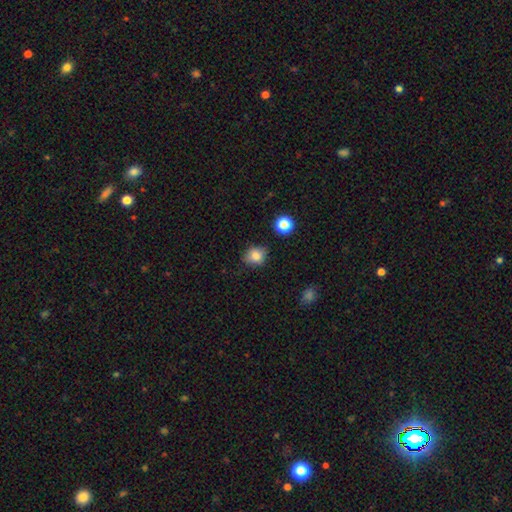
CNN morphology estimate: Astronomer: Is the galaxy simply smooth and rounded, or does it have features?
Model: smooth — 81%.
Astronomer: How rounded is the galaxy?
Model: round — 64%.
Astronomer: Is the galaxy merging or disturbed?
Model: none — 75%.